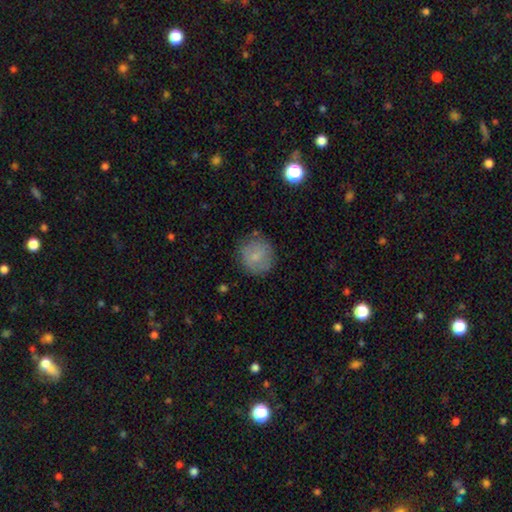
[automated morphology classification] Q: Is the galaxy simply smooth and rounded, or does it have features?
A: smooth — 75%.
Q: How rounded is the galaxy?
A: round — 92%.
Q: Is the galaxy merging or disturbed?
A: none — 79%.